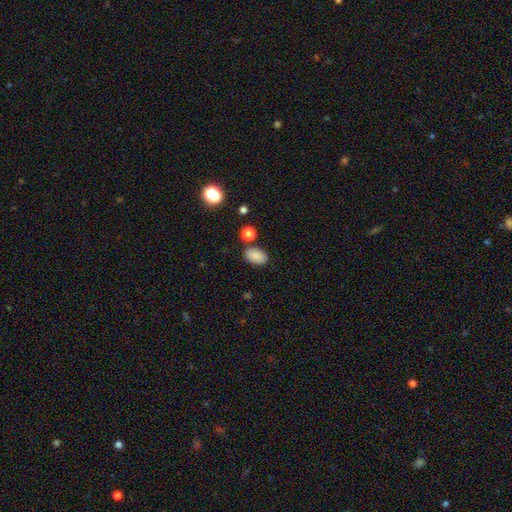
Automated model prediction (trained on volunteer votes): smooth-or-featured: smooth: 84% | star or artifact: 9% | featured or disk: 7%
  how-rounded: in between: 89% | round: 10% | cigar-shaped: 1%
  merging: none: 79% | minor disturbance: 12% | merger: 6% | major disturbance: 3%